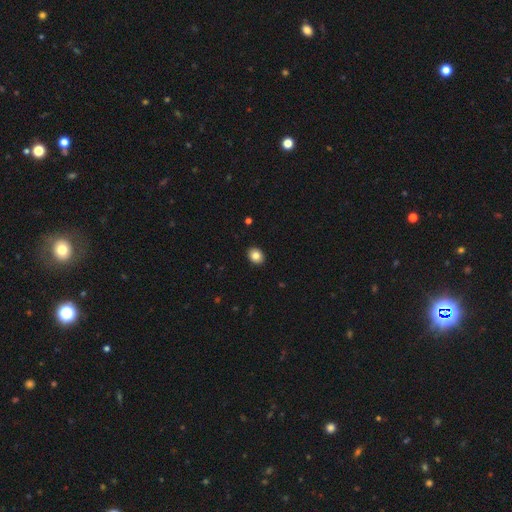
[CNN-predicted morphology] Smooth or featured? Predicted: smooth (p=0.83). How rounded? Predicted: in between (p=0.52). Merging? Predicted: none (p=0.91).